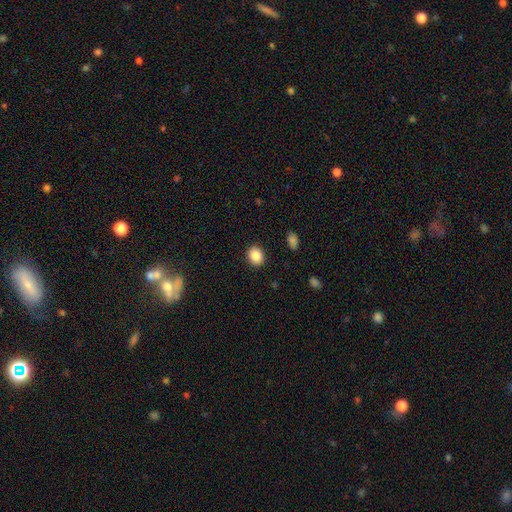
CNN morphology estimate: Smooth or featured? smooth (88%)
How rounded? round (56%)
Merging? none (90%)